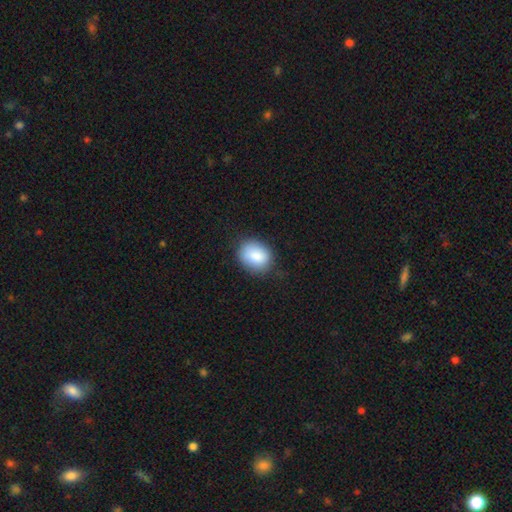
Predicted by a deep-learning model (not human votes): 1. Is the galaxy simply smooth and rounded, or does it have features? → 87% smooth, 7% star or artifact, 6% featured or disk.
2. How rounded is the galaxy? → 53% in between, 46% round, 1% cigar-shaped.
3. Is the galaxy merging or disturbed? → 78% none, 16% minor disturbance, 4% major disturbance, 1% merger.